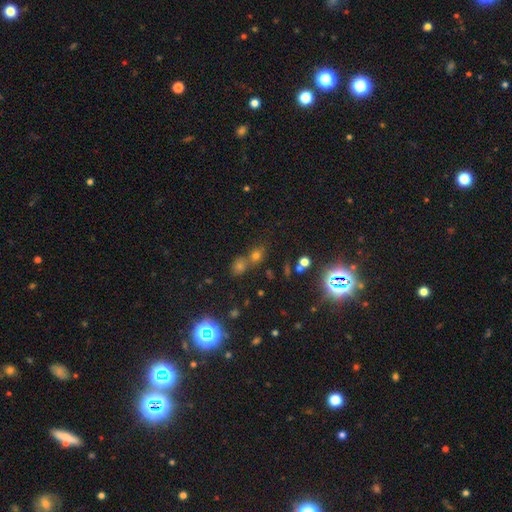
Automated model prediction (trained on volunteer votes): A star or artifact, not a galaxy (68%).